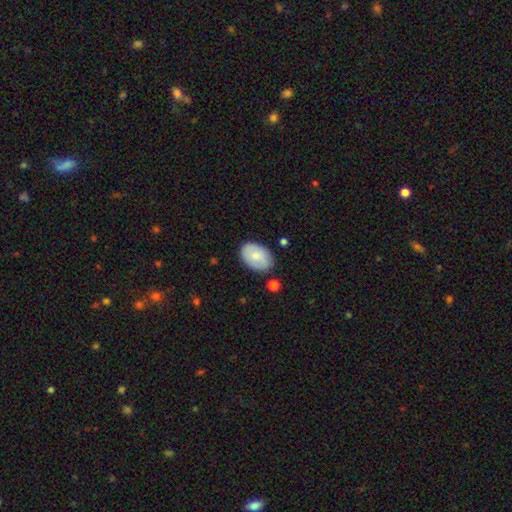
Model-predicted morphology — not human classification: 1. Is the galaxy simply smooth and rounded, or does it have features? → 78% smooth, 15% featured or disk, 6% star or artifact.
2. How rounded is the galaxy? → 87% in between, 12% round, 1% cigar-shaped.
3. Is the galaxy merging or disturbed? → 81% none, 14% minor disturbance, 3% major disturbance, 3% merger.